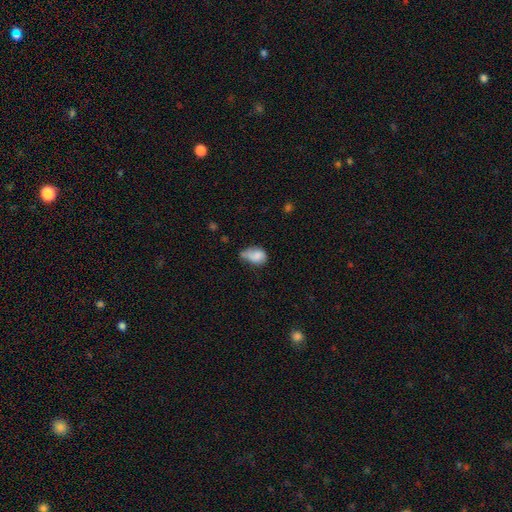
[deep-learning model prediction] The model was most divided on "merging": minor disturbance: 40%, none: 27%, major disturbance: 19%, merger: 14%. More confident: how rounded — in between (76%); smooth or featured — smooth (76%).